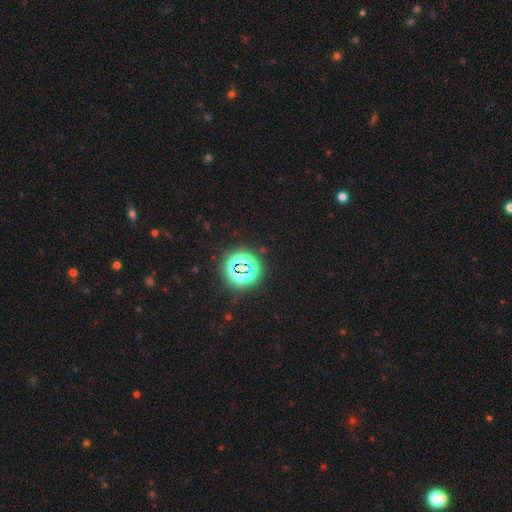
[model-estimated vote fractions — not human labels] Morphology: type=star or artifact (81%).